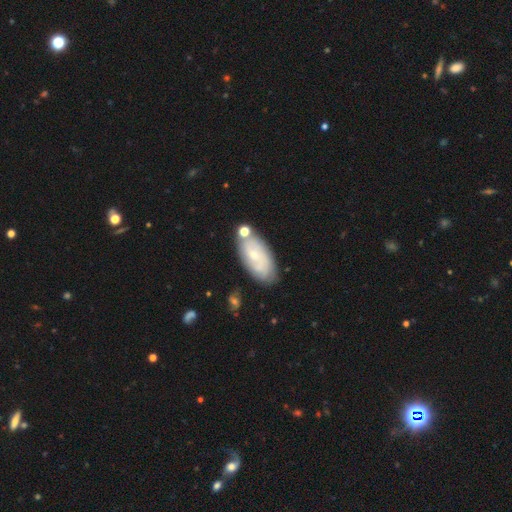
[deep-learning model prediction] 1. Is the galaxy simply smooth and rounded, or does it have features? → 56% featured or disk, 37% smooth, 7% star or artifact.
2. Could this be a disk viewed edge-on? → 92% no, 8% yes.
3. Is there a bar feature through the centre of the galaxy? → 73% no, 23% weak, 4% strong.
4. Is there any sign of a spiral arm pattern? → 78% yes, 22% no.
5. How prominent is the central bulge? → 74% small, 20% moderate, 4% none, 1% large, 1% dominant.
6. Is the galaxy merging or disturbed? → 67% none, 18% minor disturbance, 10% merger, 5% major disturbance.